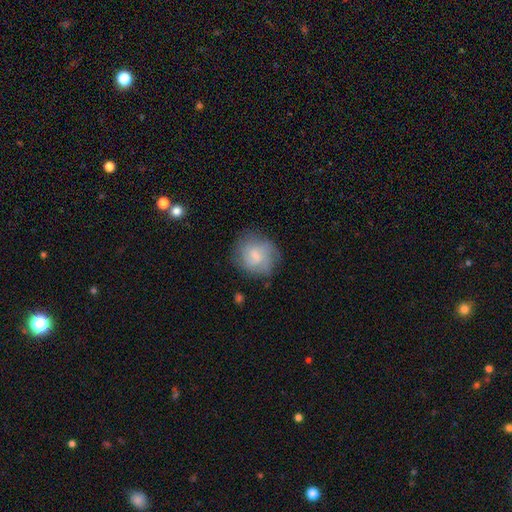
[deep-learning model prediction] Smooth or featured: featured or disk — 51% (smooth — 41%)
Edge-on disk: no — 98% (yes — 2%)
Merging: none — 70% (minor disturbance — 19%)